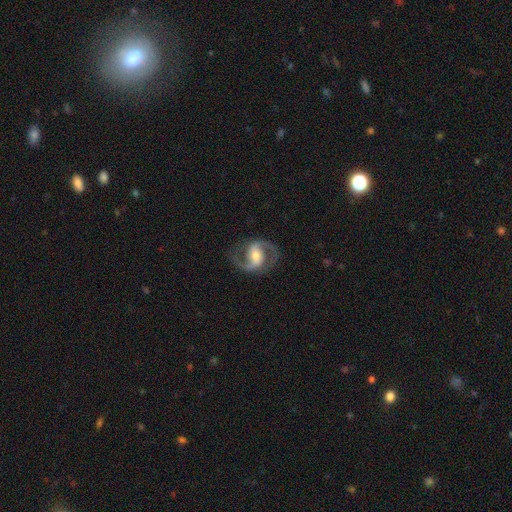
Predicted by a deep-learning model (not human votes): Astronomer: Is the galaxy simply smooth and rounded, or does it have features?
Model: featured or disk — 90%.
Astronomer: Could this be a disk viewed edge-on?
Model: no — 98%.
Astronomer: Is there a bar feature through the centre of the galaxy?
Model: weak — 44% (runner-up: strong, 33%).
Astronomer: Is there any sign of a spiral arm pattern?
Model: yes — 97%.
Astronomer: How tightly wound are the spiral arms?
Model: medium — 61%.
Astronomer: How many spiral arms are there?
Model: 2 — 93%.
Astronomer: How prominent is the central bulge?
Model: moderate — 60%.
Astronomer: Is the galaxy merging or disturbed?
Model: none — 81%.